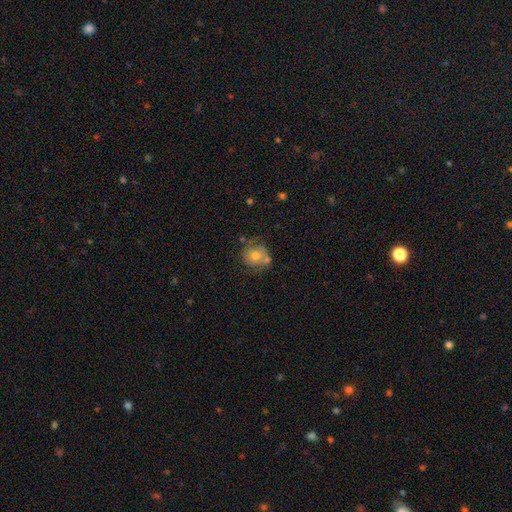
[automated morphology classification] smooth-or-featured: smooth: 49% | featured or disk: 39% | star or artifact: 12%
  merging: none: 57% | minor disturbance: 18% | merger: 17% | major disturbance: 8%